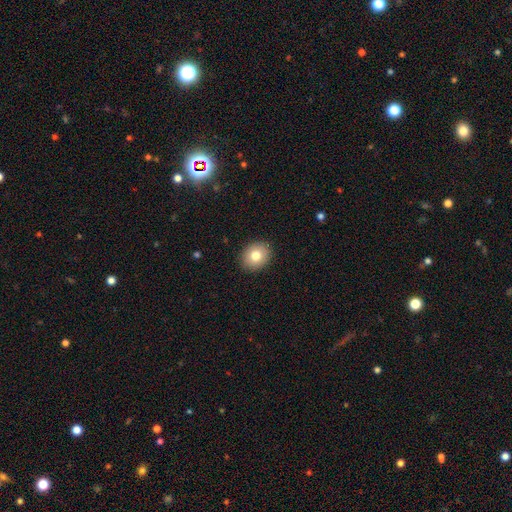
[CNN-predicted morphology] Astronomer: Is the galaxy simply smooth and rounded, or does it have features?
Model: smooth — 78%.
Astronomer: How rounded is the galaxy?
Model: round — 54% (runner-up: in between, 45%).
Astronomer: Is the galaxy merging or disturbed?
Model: none — 90%.